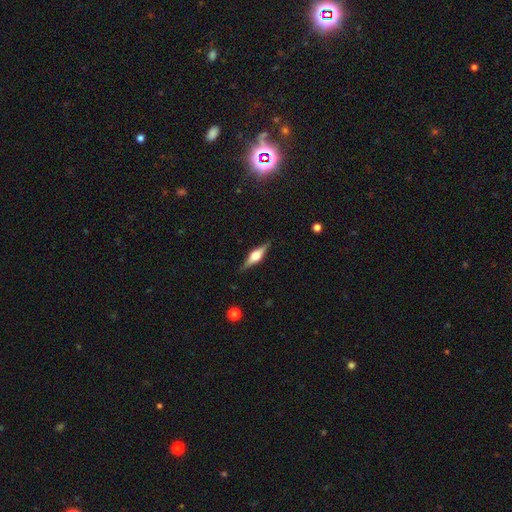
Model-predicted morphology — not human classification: This is likely a featured or disk galaxy (71%). It is clearly viewed edge-on (97%). Edge-on bulge: clearly rounded (91%). Merging: clearly none (87%).